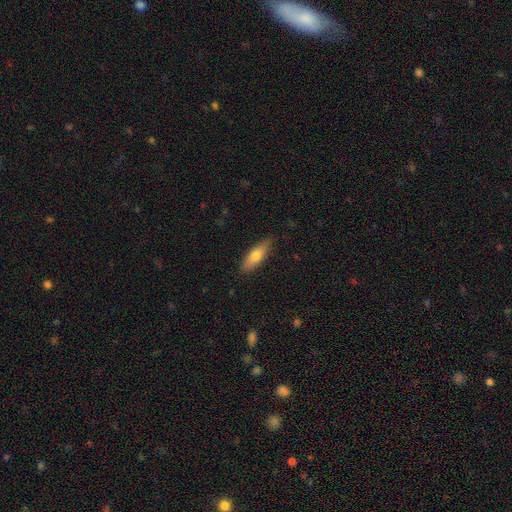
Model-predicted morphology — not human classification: smooth-or-featured: smooth: 70% | featured or disk: 24% | star or artifact: 6%
  how-rounded: in between: 51% | cigar-shaped: 46% | round: 2%
  merging: none: 85% | minor disturbance: 11% | major disturbance: 2% | merger: 1%